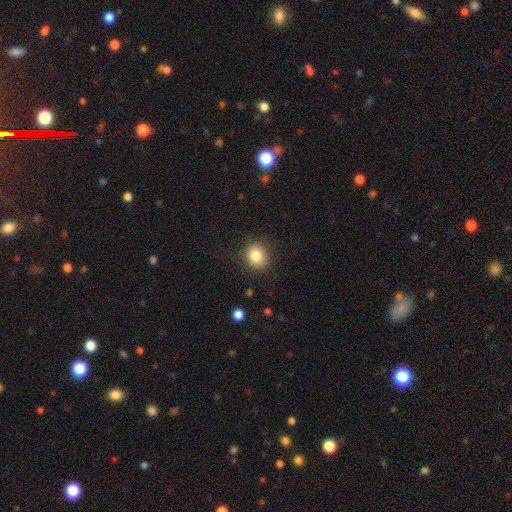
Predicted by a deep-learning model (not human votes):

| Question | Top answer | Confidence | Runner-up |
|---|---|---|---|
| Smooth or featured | smooth | 83% | star or artifact (10%) |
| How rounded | round | 72% | in between (27%) |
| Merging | none | 84% | minor disturbance (11%) |